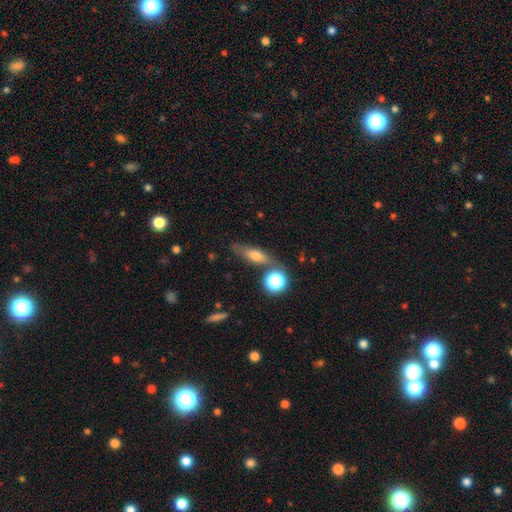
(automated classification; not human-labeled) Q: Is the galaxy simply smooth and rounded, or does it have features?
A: smooth — 60%.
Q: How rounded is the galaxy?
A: in between — 45%.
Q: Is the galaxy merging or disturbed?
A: none — 69%.